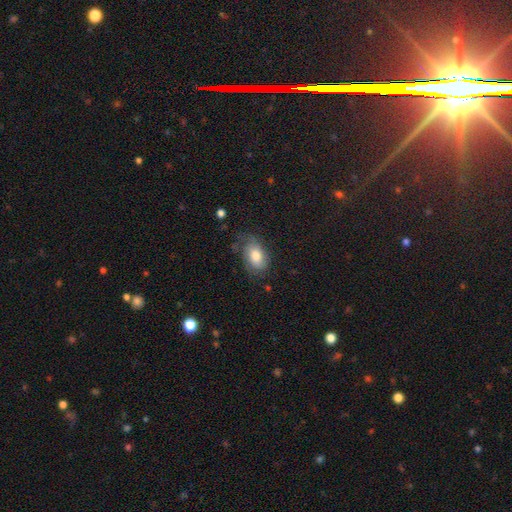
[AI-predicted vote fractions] smooth-or-featured: smooth: 64% | featured or disk: 28% | star or artifact: 8%
  how-rounded: in between: 87% | round: 11% | cigar-shaped: 2%
  merging: none: 56% | minor disturbance: 28% | major disturbance: 14% | merger: 2%